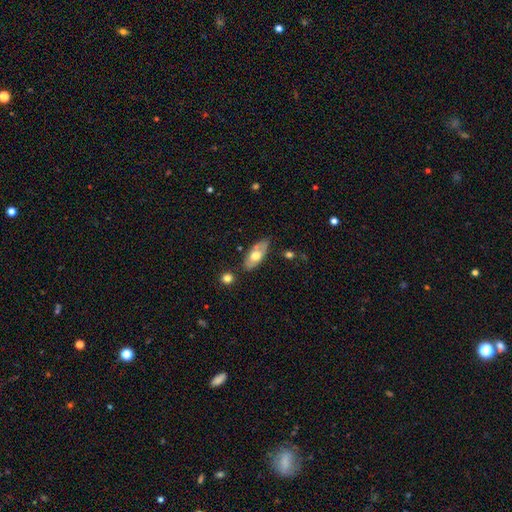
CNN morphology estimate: Overall: smooth (58%; featured or disk 37%). How rounded: in between (83%). Merging: none (77%).